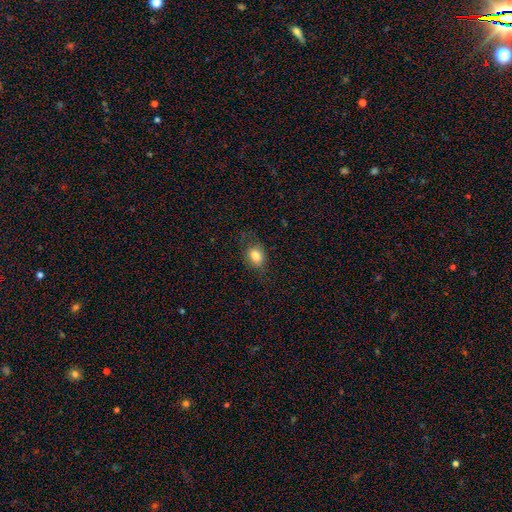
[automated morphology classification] Smooth or featured? smooth (81%)
How rounded? in between (51%)
Merging? none (75%)